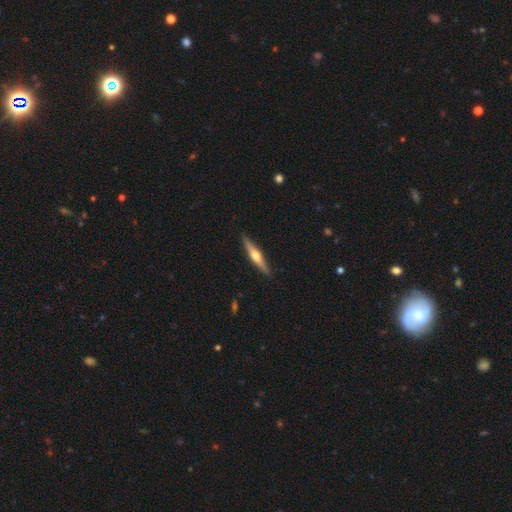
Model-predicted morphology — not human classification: This is likely a featured or disk galaxy (66%). It is clearly viewed edge-on (97%). Edge-on bulge: clearly rounded (94%). Merging: clearly none (90%).